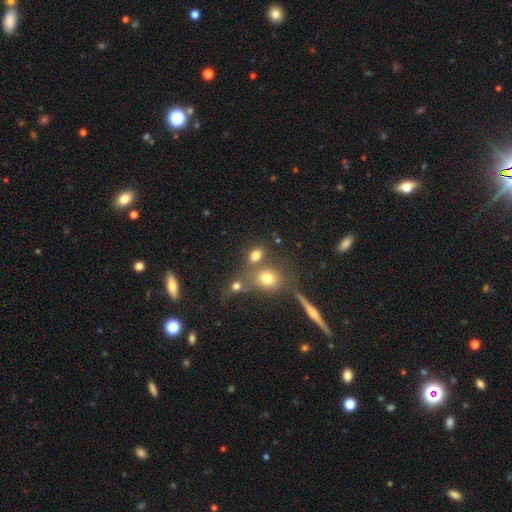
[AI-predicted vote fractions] The model was most divided on "how rounded": in between: 58%, round: 39%, cigar-shaped: 3%. More confident: smooth or featured — smooth (74%); merging — none (56%).